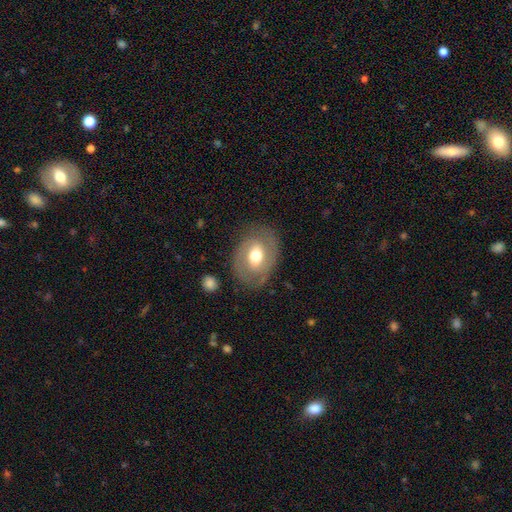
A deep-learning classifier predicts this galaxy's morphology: smooth_or_featured: featured or disk (p=0.55) [alt: smooth p=0.38]
disk_edge_on: no (p=0.94) [alt: yes p=0.06]
bar: weak (p=0.40) [tied with: no p=0.40]
has_spiral_arms: yes (p=0.52) [alt: no p=0.48]
bulge_size: moderate (p=0.68) [alt: large p=0.21]
merging: none (p=0.78) [alt: minor disturbance p=0.14]